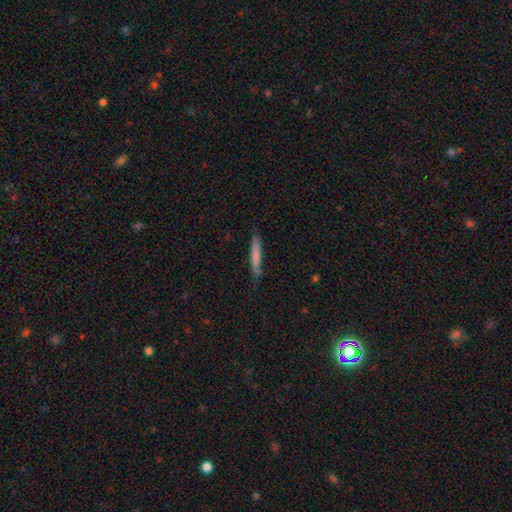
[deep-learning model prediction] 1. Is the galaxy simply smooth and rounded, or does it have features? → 71% smooth, 23% featured or disk, 6% star or artifact.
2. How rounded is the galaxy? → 94% cigar-shaped, 5% in between, 1% round.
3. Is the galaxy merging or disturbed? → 79% none, 17% minor disturbance, 3% major disturbance, 2% merger.